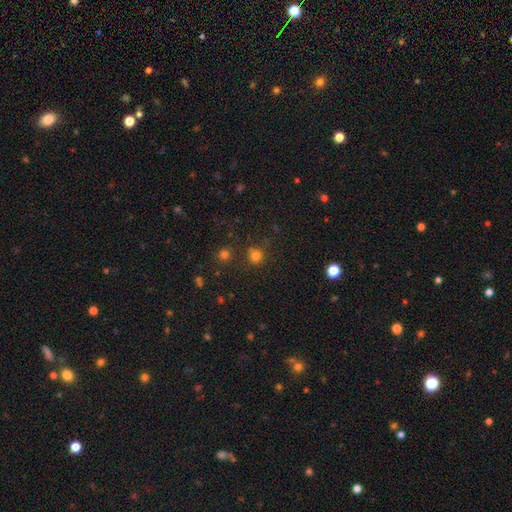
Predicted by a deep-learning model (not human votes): Smooth or featured? Predicted: smooth (p=0.75). How rounded? Predicted: round (p=0.91). Merging? Predicted: none (p=0.75).